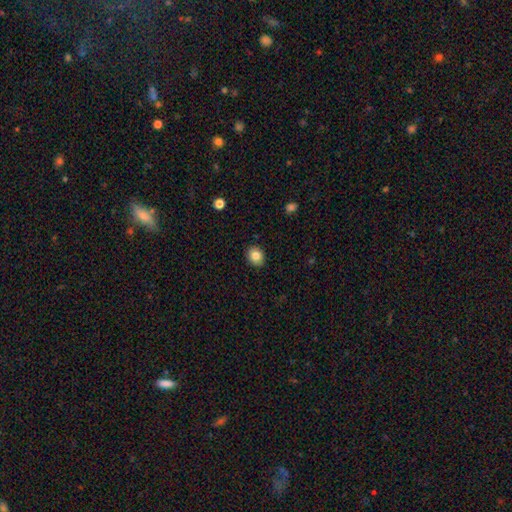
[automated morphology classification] Q: Smooth or featured?
A: smooth (83%); runner-up: star or artifact (9%)
Q: How rounded?
A: round (65%); runner-up: in between (35%)
Q: Merging?
A: none (90%); runner-up: minor disturbance (7%)